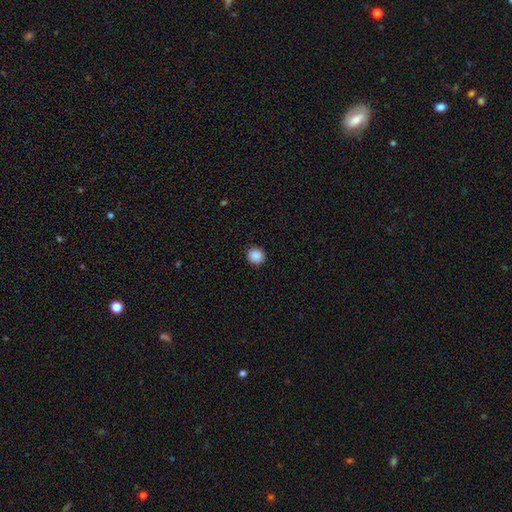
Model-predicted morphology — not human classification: smooth-or-featured: smooth: 88% | star or artifact: 9% | featured or disk: 3%
  how-rounded: round: 91% | in between: 8% | cigar-shaped: 1%
  merging: none: 91% | minor disturbance: 6% | major disturbance: 2% | merger: 1%